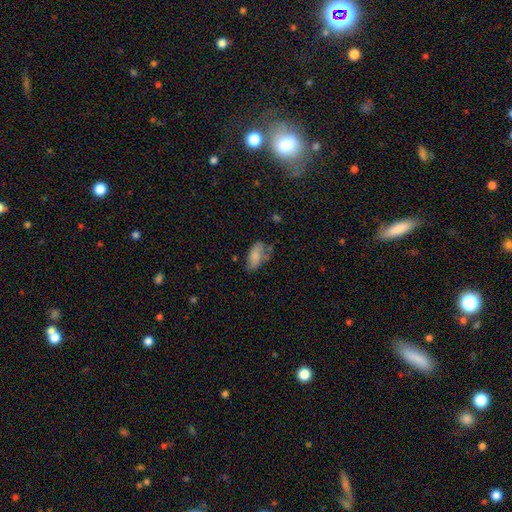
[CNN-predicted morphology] Q: Smooth or featured?
A: smooth (75%); runner-up: featured or disk (17%)
Q: How rounded?
A: in between (90%); runner-up: cigar-shaped (7%)
Q: Merging?
A: none (51%); runner-up: minor disturbance (29%)